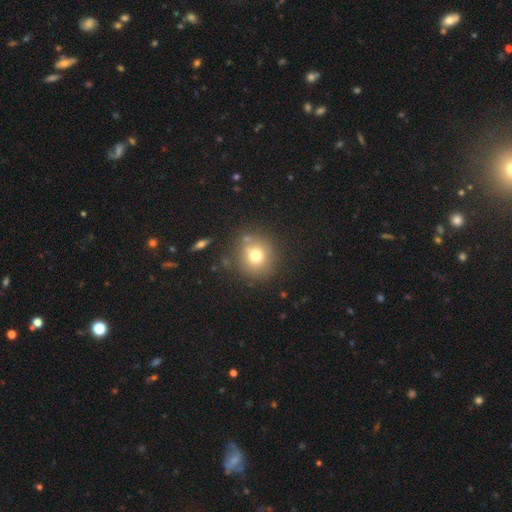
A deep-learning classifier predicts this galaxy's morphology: This appears to be a smooth galaxy with no disk features (72%) that is round (90%). Merging: none (80%).